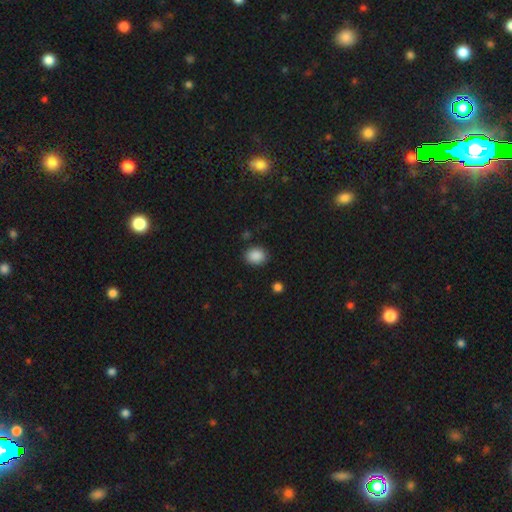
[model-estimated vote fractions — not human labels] smooth-or-featured: smooth: 88% | star or artifact: 9% | featured or disk: 3%
  how-rounded: round: 50% (tied) | in between: 50% (tied) | cigar-shaped: 1%
  merging: none: 87% | minor disturbance: 9% | major disturbance: 3% | merger: 2%